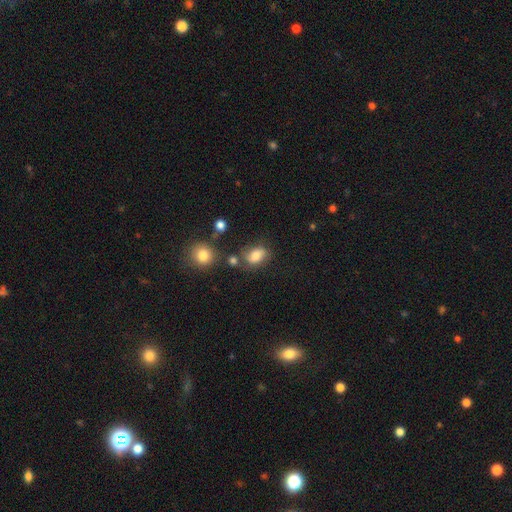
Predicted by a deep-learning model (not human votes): Q: Smooth or featured?
A: smooth (73%); runner-up: featured or disk (16%)
Q: How rounded?
A: in between (76%); runner-up: round (22%)
Q: Merging?
A: none (62%); runner-up: minor disturbance (21%)